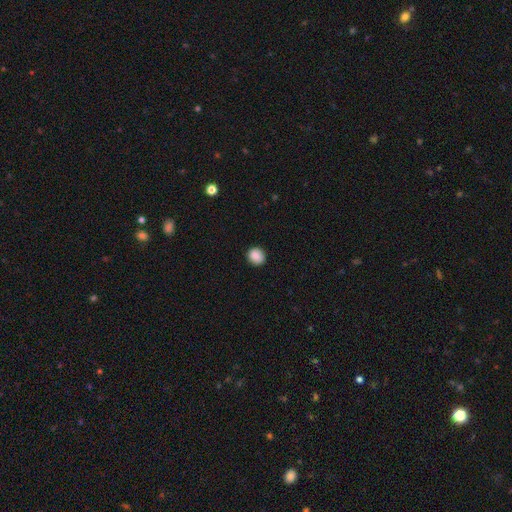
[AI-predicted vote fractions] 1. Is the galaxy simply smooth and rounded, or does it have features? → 88% smooth, 9% star or artifact, 4% featured or disk.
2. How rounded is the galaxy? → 81% round, 18% in between, 1% cigar-shaped.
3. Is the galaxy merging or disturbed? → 88% none, 9% minor disturbance, 2% major disturbance, 1% merger.